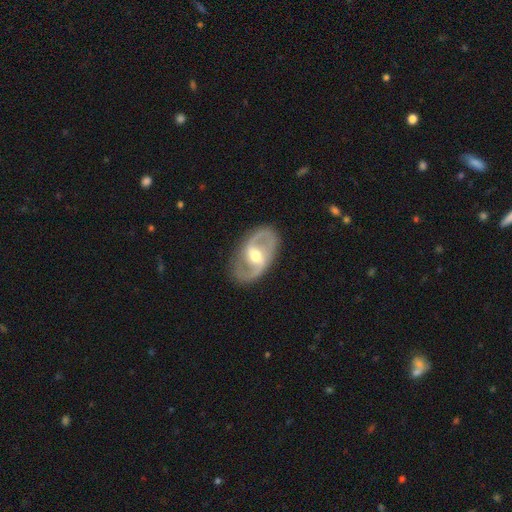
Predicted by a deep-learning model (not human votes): smooth-or-featured: featured or disk: 86% | smooth: 10% | star or artifact: 5%
  disk-edge-on: no: 96% | yes: 4%
    bar: weak: 45% | strong: 31% | no: 24%
    has-spiral-arms: yes: 90% | no: 10%
      spiral-winding: medium: 52% | loose: 26% | tight: 21%
      spiral-arm-count: 2: 90% | can't tell: 4% | 1: 2% | 3: 1% | 4: 1% | more than 4: 1%
    bulge-size: moderate: 67% | small: 25% | large: 5% | none: 1% | dominant: 1%
  merging: none: 84% | minor disturbance: 11% | major disturbance: 4% | merger: 1%